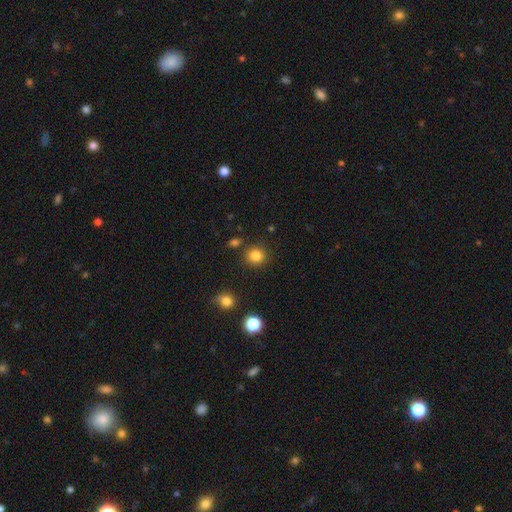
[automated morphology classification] Smooth or featured?
  - smooth: 84% *
  - star or artifact: 12%
  - featured or disk: 5%
How rounded?
  - round: 88% *
  - in between: 11%
  - cigar-shaped: 1%
Merging?
  - none: 85% *
  - minor disturbance: 8%
  - merger: 4%
  - major disturbance: 3%